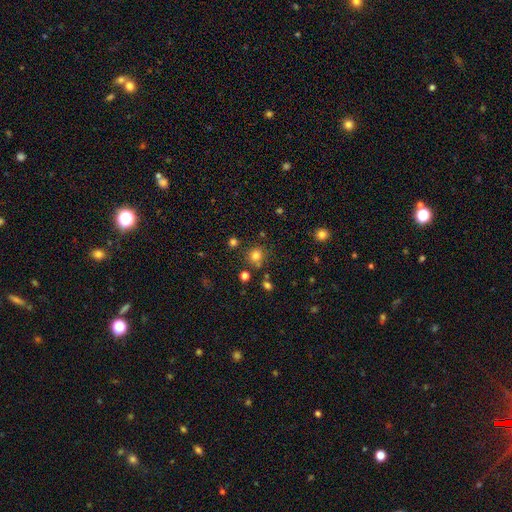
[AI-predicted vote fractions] Smooth or featured: smooth — 77% (star or artifact — 17%)
How rounded: round — 86% (in between — 13%)
Merging: none — 75% (minor disturbance — 12%)